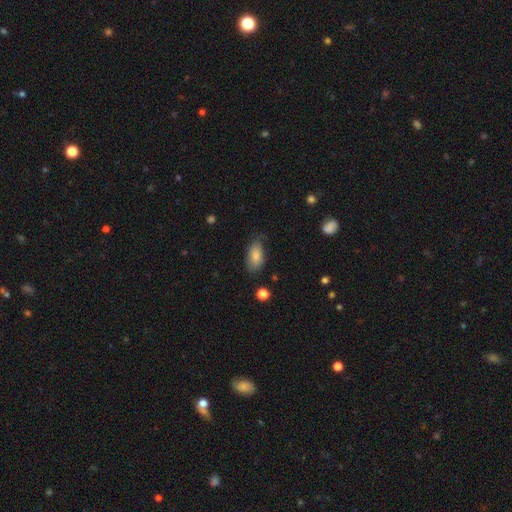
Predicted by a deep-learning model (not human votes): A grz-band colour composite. It shows a smooth galaxy with no disk features (83%) that is in between round and cigar-shaped (91%). Merging: none (68%).